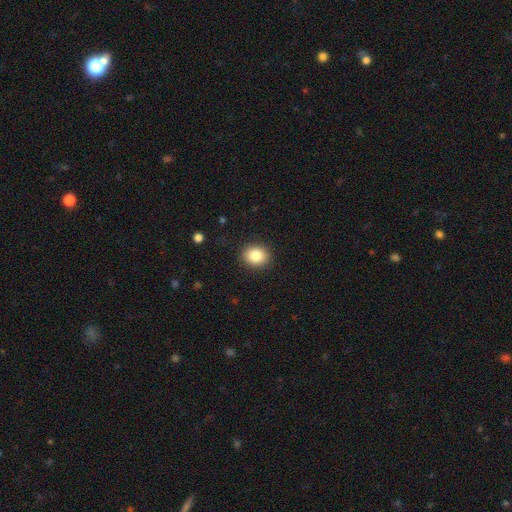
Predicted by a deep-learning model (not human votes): Morphology: type=smooth (84%); roundness=round (60%); merging=none (89%).